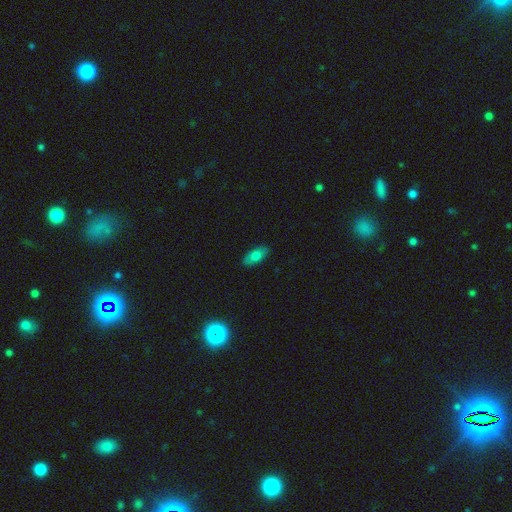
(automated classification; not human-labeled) This is likely a smooth galaxy (74%). How rounded: clearly in between (88%). Merging: clearly none (87%).